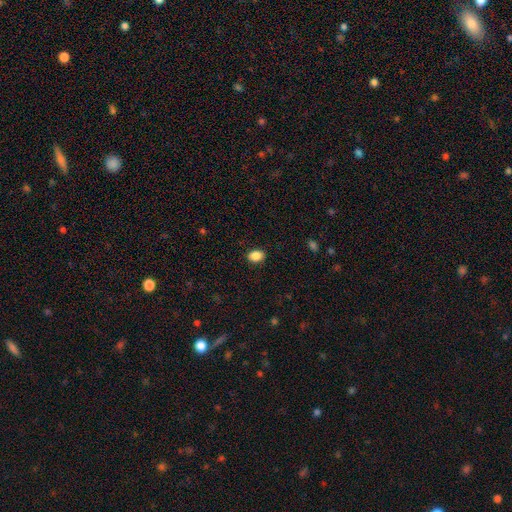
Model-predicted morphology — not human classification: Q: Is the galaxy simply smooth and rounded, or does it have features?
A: smooth — 87%.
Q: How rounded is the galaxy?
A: in between — 70%.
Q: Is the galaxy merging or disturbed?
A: none — 88%.